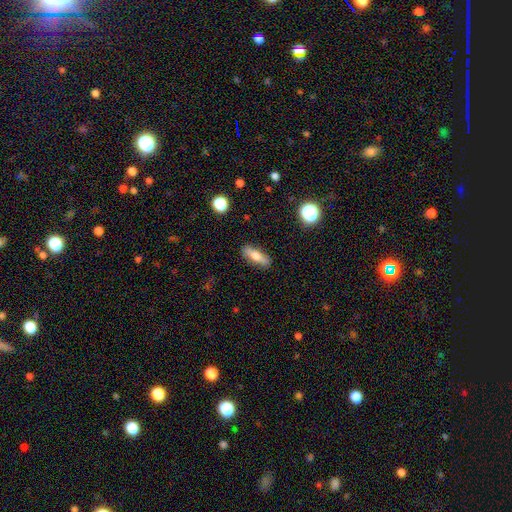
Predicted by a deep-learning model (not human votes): Smooth or featured?
  - smooth: 60% *
  - featured or disk: 32%
  - star or artifact: 8%
How rounded?
  - cigar-shaped: 51% *
  - in between: 45%
  - round: 4%
Merging?
  - none: 87% *
  - minor disturbance: 10%
  - major disturbance: 2%
  - merger: 1%